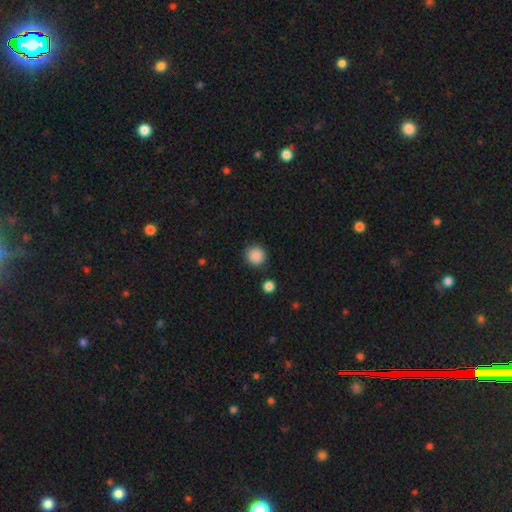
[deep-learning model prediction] The model was most divided on "smooth or featured": smooth: 88%, star or artifact: 9%, featured or disk: 3%. More confident: how rounded — round (94%); merging — none (88%).